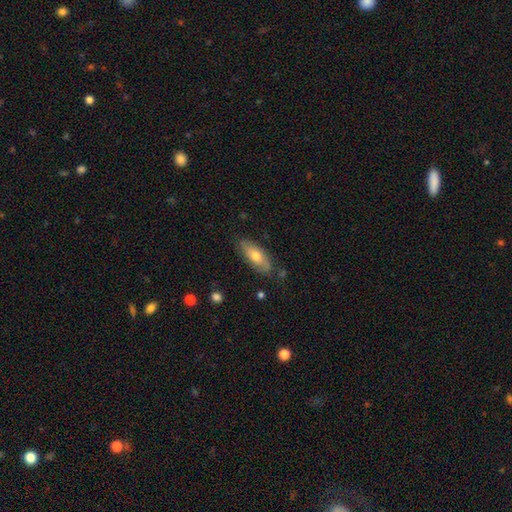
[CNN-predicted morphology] Smooth or featured? smooth (58%)
How rounded? in between (77%)
Merging? none (77%)